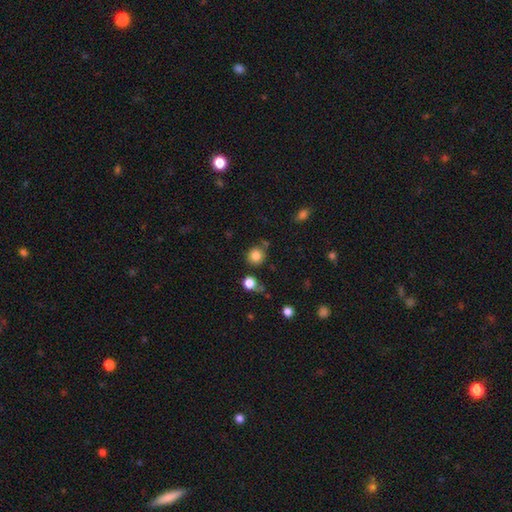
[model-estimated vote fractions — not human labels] A smooth galaxy with no disk features (83%) that is round (90%). Merging: none (78%).